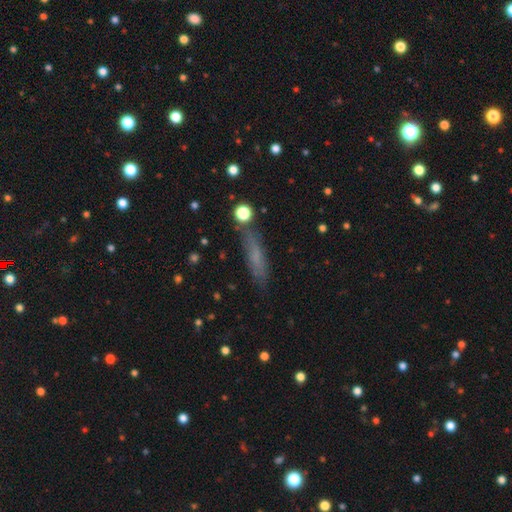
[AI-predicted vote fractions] Smooth or featured?
  - smooth: 58% *
  - featured or disk: 28%
  - star or artifact: 15%
How rounded?
  - cigar-shaped: 72% *
  - in between: 24%
  - round: 4%
Merging?
  - none: 70% *
  - minor disturbance: 19%
  - major disturbance: 7%
  - merger: 4%